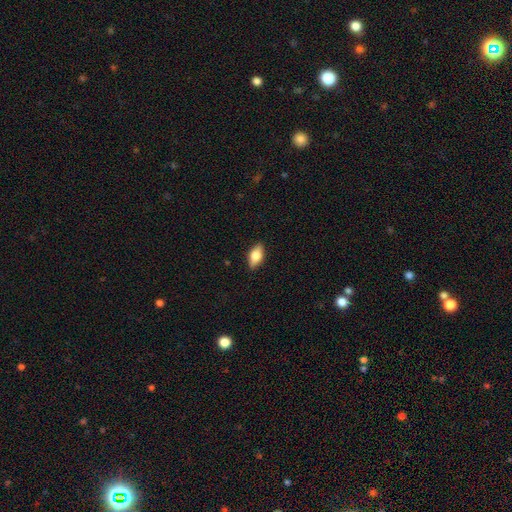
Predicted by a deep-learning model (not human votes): Smooth or featured? smooth (74%)
How rounded? in between (89%)
Merging? none (87%)